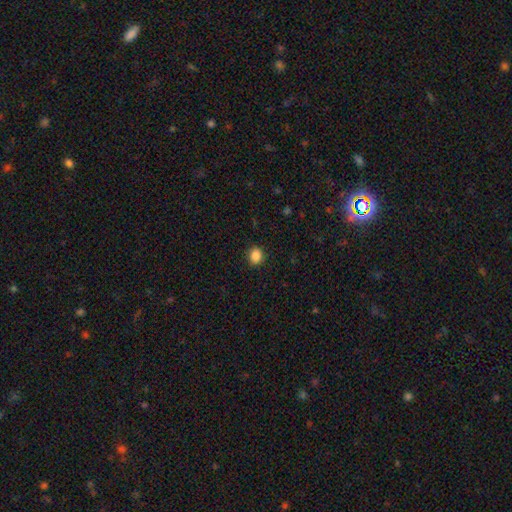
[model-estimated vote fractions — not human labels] A smooth galaxy with no disk features (87%) that is round (68%).

Vote fractions:
- Smooth or featured? smooth: 87% / star or artifact: 10% / featured or disk: 3%
- How rounded? round: 68% / in between: 31% / cigar-shaped: 1%
- Merging? none: 88% / minor disturbance: 9% / major disturbance: 2% / merger: 1%